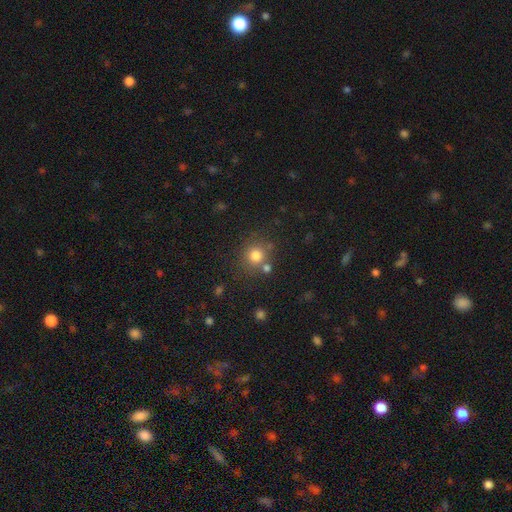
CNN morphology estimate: A smooth galaxy with no disk features (80%) that is round (90%). Merging: none (73%).